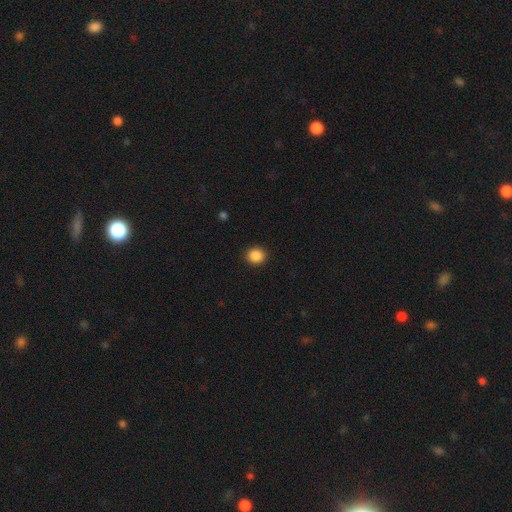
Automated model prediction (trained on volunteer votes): Morphology: type=smooth (88%); roundness=round (83%); merging=none (91%).